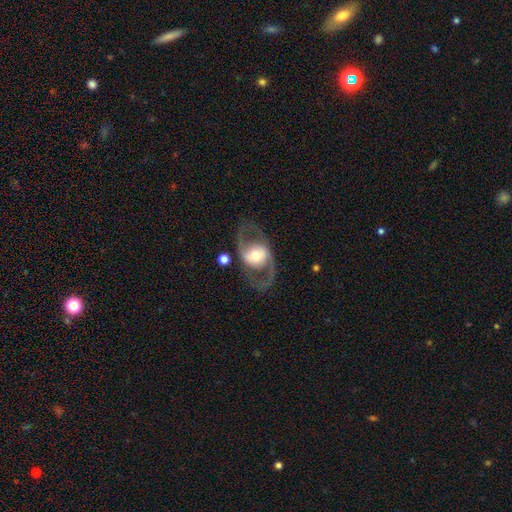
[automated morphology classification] This appears to be a featured or disk galaxy (74%) with no bar (57%), spiral arms (62%) and a moderate central bulge (60%). Merging: none (75%).